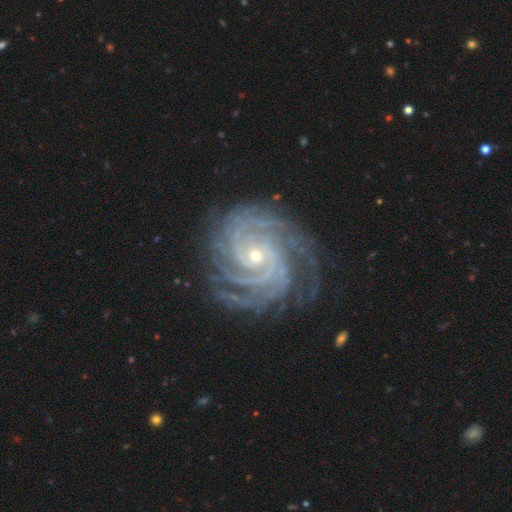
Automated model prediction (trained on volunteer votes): featured or disk 93%, star or artifact 5%, smooth 2%. Down the decision tree: edge-on disk — no (98%); bar — no (65%); spiral arms — yes (99%); spiral arm count — 4 (27%); spiral winding — tight (80%); bulge size — small (71%); merging — none (79%).